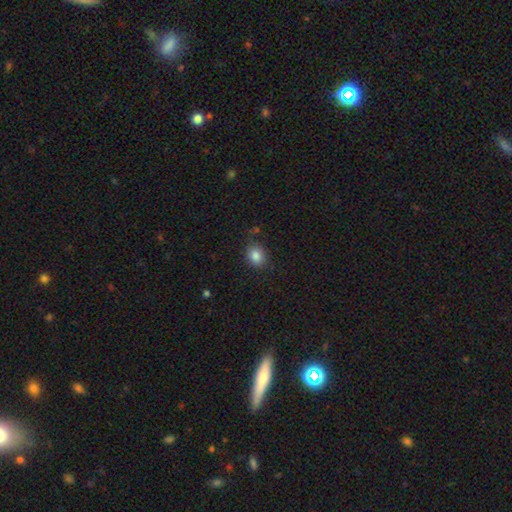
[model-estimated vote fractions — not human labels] A smooth galaxy with no disk features (85%) that is round (58%). Merging: none (82%).